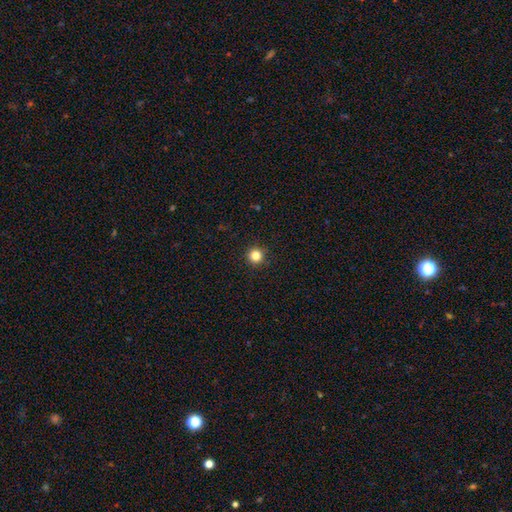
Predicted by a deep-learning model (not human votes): The model was most divided on "smooth or featured": smooth: 83%, star or artifact: 12%, featured or disk: 5%. More confident: how rounded — round (96%); merging — none (93%).